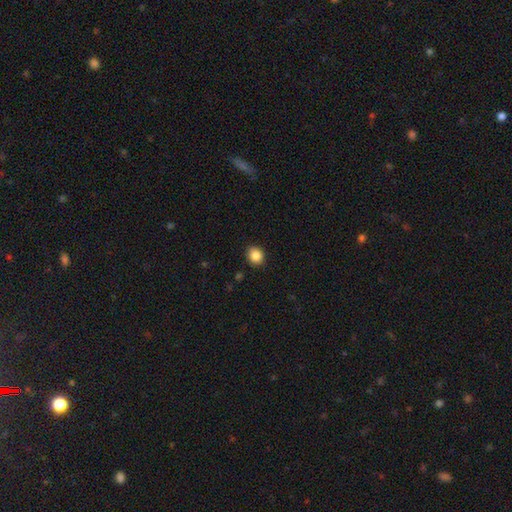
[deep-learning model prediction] Smooth or featured? Predicted: smooth (p=0.86). How rounded? Predicted: round (p=0.76). Merging? Predicted: none (p=0.91).